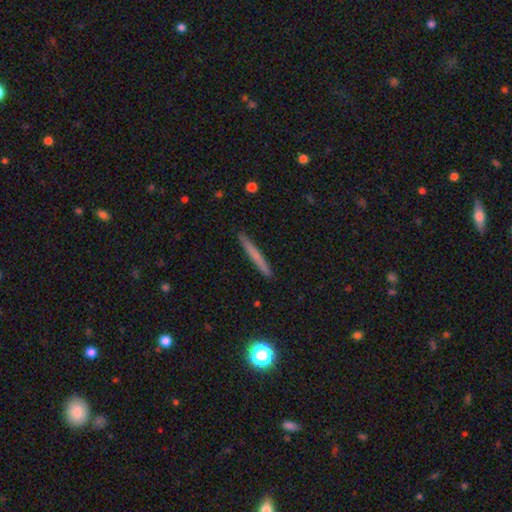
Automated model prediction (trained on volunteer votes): smooth-or-featured: smooth: 62% | featured or disk: 31% | star or artifact: 7%
  how-rounded: cigar-shaped: 96% | in between: 2% | round: 2%
  merging: none: 92% | minor disturbance: 6% | major disturbance: 1% | merger: 1%